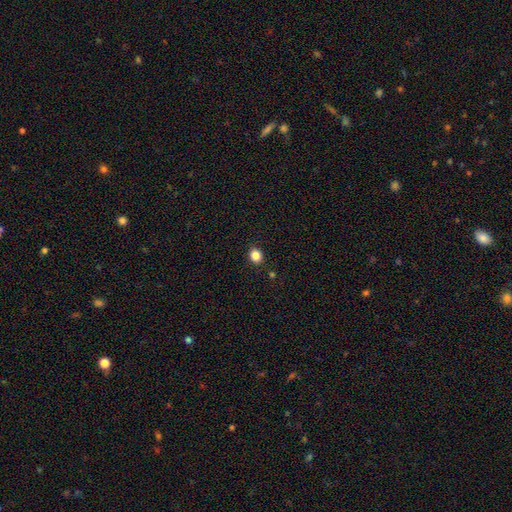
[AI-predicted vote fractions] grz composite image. It shows a smooth galaxy with no disk features (84%) that is round (73%). Merging: none (90%).